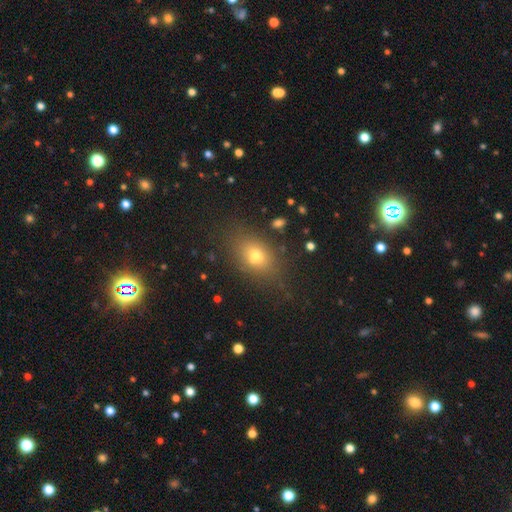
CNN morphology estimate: Overall: smooth (68%). How rounded: in between (68%; round 28%). Merging: none (79%).